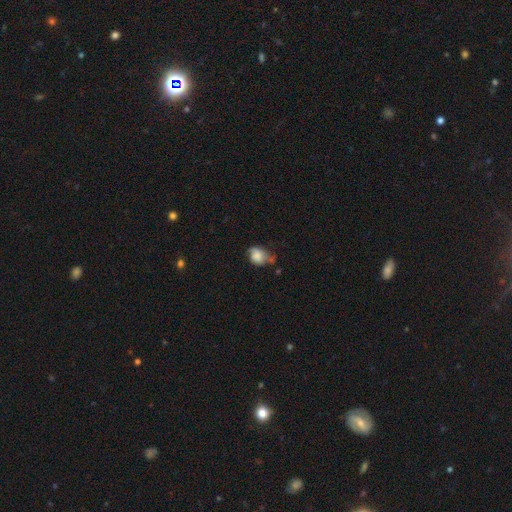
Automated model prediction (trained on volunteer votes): A smooth galaxy with no disk features (73%) that is in between round and cigar-shaped (51%). Merging: minor disturbance (39%).